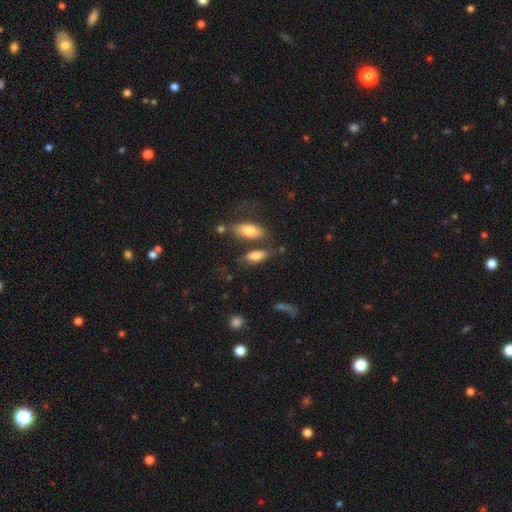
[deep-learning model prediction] Smooth or featured? Predicted: smooth (p=0.77). How rounded? Predicted: in between (p=0.76). Merging? Predicted: none (p=0.52).